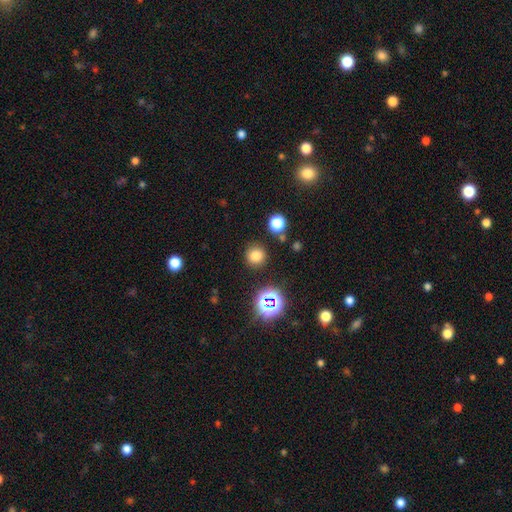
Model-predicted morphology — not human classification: Smooth or featured: smooth — 75% (star or artifact — 19%)
How rounded: round — 92% (in between — 7%)
Merging: none — 87% (minor disturbance — 7%)